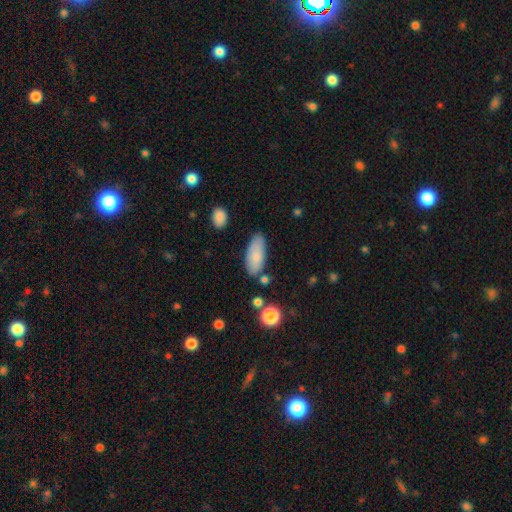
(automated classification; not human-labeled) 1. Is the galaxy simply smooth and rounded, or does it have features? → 80% smooth, 14% featured or disk, 7% star or artifact.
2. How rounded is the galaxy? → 84% in between, 13% cigar-shaped, 2% round.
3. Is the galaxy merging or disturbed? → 76% none, 17% minor disturbance, 4% merger, 3% major disturbance.